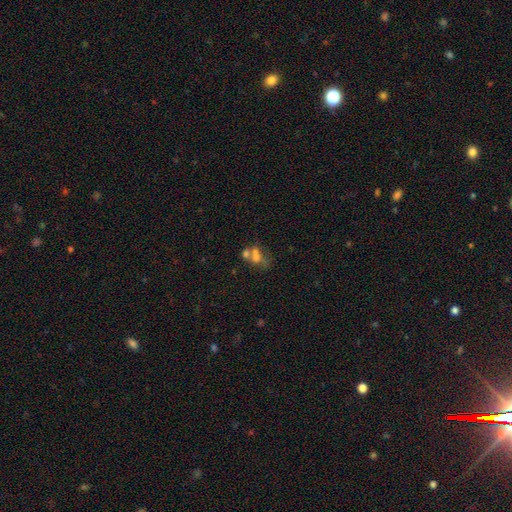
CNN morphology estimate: This is possibly a smooth galaxy (52%). How rounded: possibly in between (53%). Merging: possibly merger (54%).